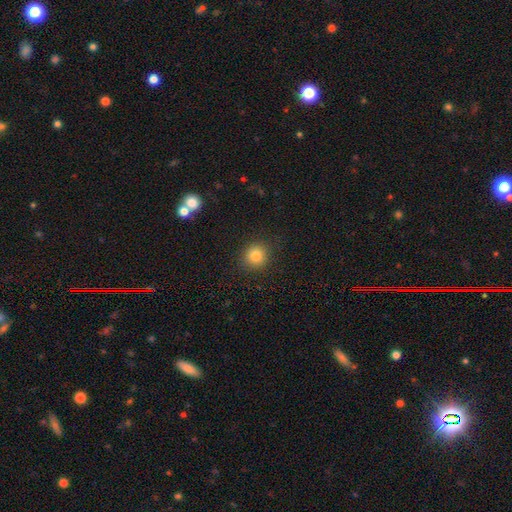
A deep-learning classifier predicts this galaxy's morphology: Smooth or featured? Predicted: smooth (p=0.82). How rounded? Predicted: round (p=0.89). Merging? Predicted: none (p=0.90).